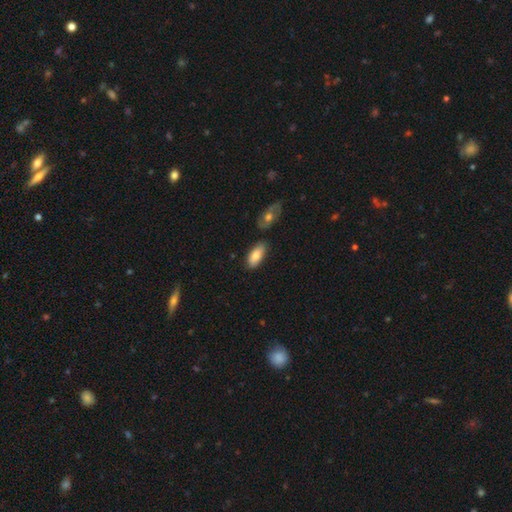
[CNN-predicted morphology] Smooth or featured? smooth (81%)
How rounded? in between (87%)
Merging? none (77%)